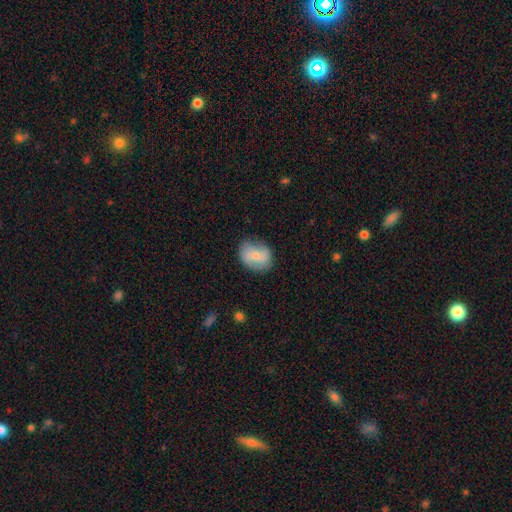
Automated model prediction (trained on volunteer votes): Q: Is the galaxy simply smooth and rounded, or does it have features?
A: smooth — 67%.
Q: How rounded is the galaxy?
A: in between — 54%.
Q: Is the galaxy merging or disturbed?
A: none — 71%.